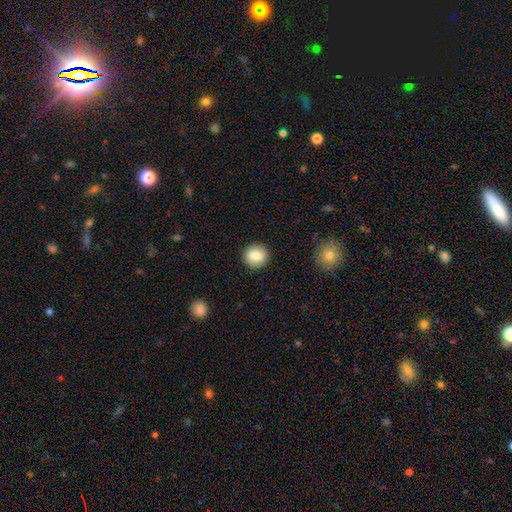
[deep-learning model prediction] Smooth or featured? smooth (79%)
How rounded? round (90%)
Merging? none (89%)